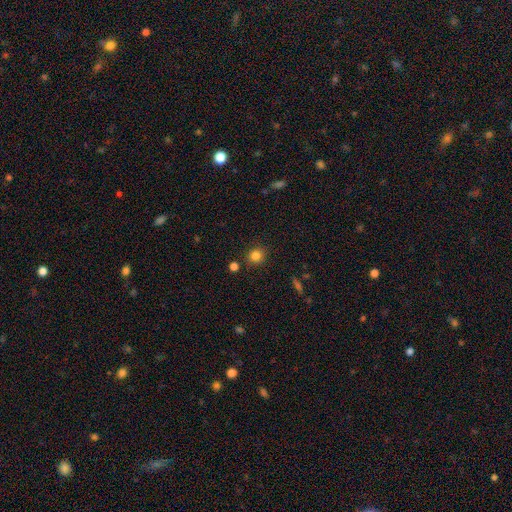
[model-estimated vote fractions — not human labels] The model was most divided on "smooth or featured": smooth: 83%, star or artifact: 12%, featured or disk: 5%. More confident: how rounded — round (87%); merging — none (86%).